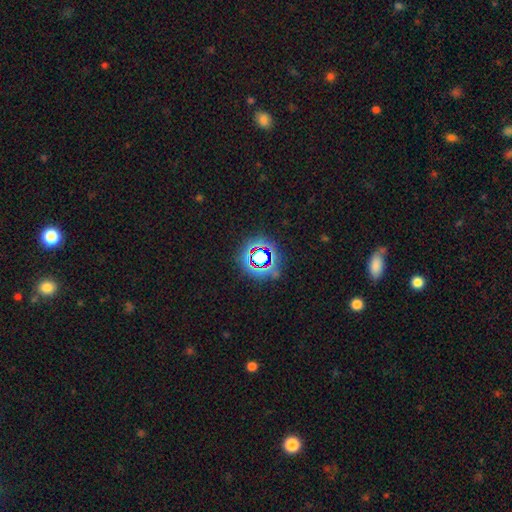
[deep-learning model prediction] smooth-or-featured: star or artifact: 74% | smooth: 16% | featured or disk: 10%